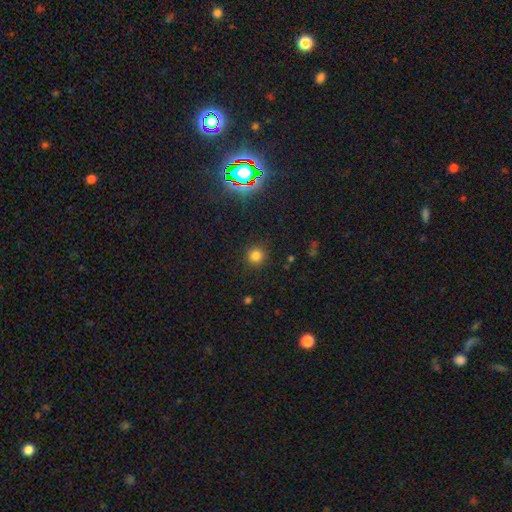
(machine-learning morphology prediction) Smooth or featured: smooth — 78% (star or artifact — 17%)
How rounded: round — 94% (in between — 5%)
Merging: none — 89% (minor disturbance — 7%)